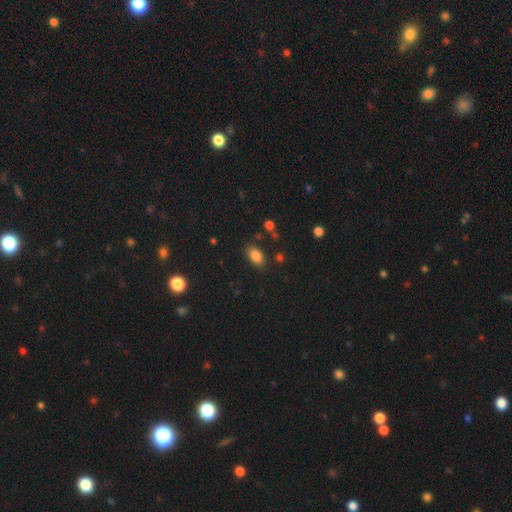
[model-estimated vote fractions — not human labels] A smooth galaxy with no disk features (84%) that is in between round and cigar-shaped (88%).

Vote fractions:
- Smooth or featured? smooth: 84% / star or artifact: 11% / featured or disk: 6%
- How rounded? in between: 88% / round: 9% / cigar-shaped: 2%
- Merging? none: 83% / minor disturbance: 11% / major disturbance: 3% / merger: 2%